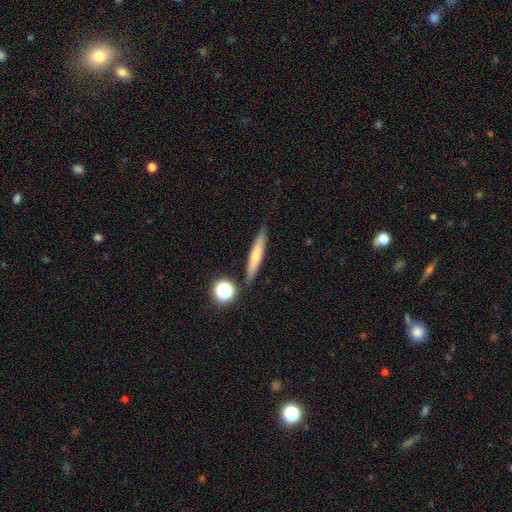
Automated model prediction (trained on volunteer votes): Morphology: type=smooth (59%); roundness=cigar-shaped (90%); merging=none (84%).